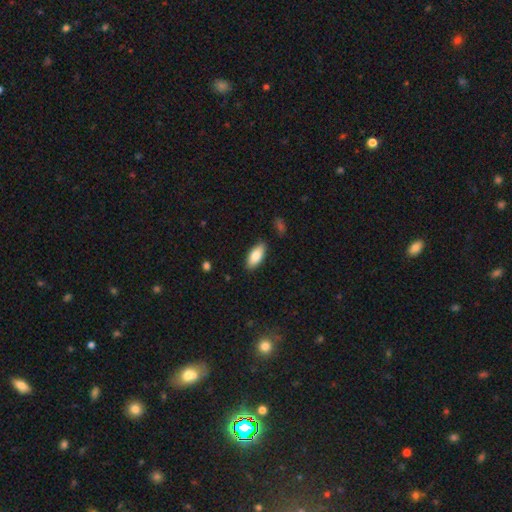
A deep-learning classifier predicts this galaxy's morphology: This is clearly a smooth galaxy (82%). How rounded: clearly in between (85%). Merging: clearly none (87%).